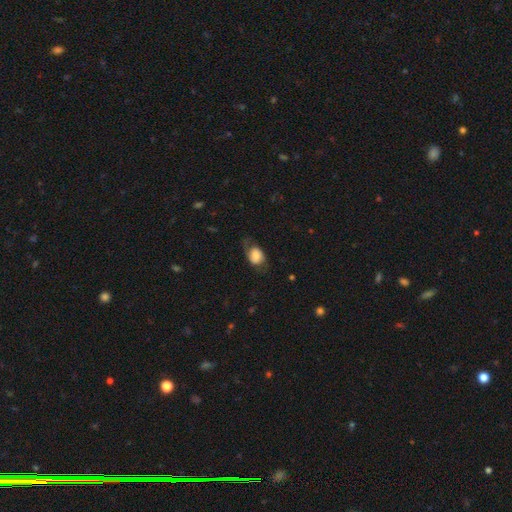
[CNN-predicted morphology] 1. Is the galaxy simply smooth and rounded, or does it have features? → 59% smooth, 33% featured or disk, 8% star or artifact.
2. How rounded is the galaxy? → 67% in between, 32% round, 1% cigar-shaped.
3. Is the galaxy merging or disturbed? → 50% none, 27% minor disturbance, 22% major disturbance, 2% merger.